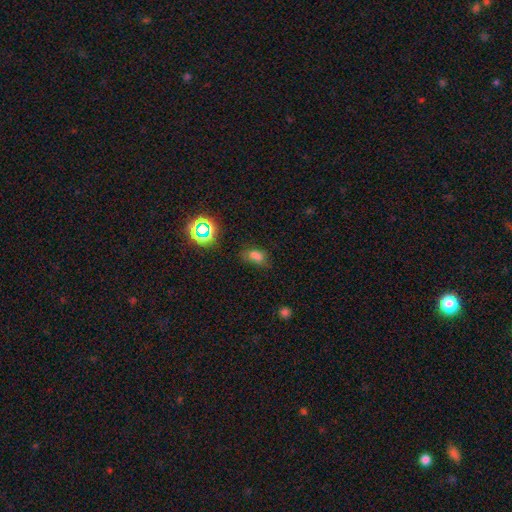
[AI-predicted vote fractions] This appears to be a smooth galaxy with no disk features (67%) that is in between round and cigar-shaped (80%). Merging: none (55%).